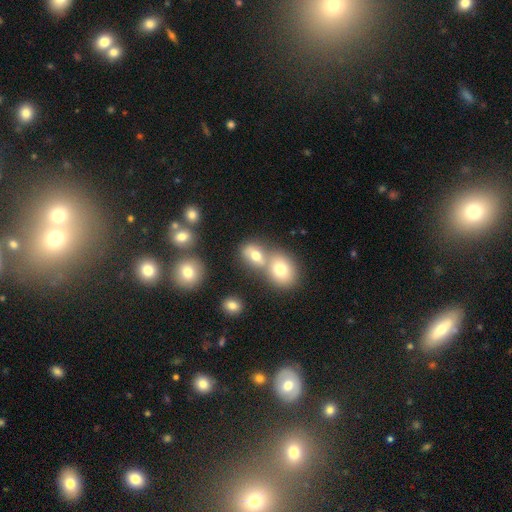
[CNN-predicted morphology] type=smooth (70%); roundness=in between (54%); merging=merger (48%).